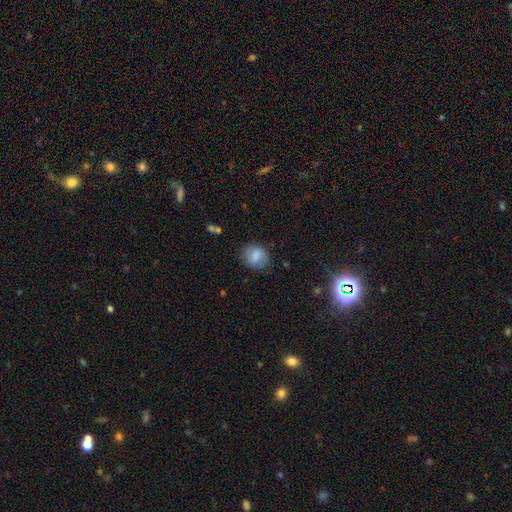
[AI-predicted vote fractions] Morphology: type=smooth (74%); roundness=round (69%); merging=none (78%).